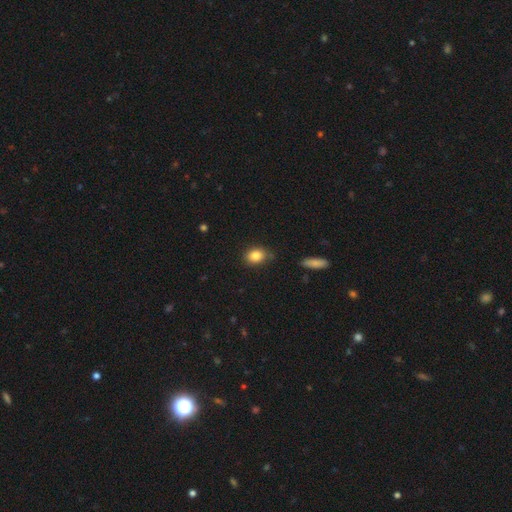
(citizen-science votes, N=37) smooth-or-featured: smooth: 84% | featured or disk: 8% | star or artifact: 8%
  how-rounded: in between: 61% | round: 39% | cigar-shaped: 0%
  merging: none: 79% | minor disturbance: 21% | major disturbance: 0% | merger: 0%